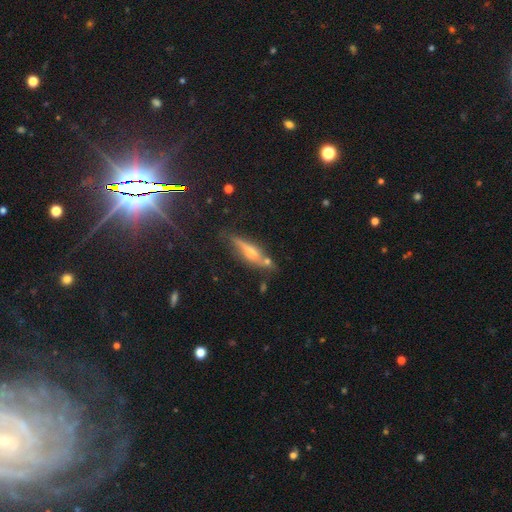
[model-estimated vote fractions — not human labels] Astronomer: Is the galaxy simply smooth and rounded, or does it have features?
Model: featured or disk — 59%.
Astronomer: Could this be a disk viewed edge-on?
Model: yes — 82%.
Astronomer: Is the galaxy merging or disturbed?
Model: none — 67%.